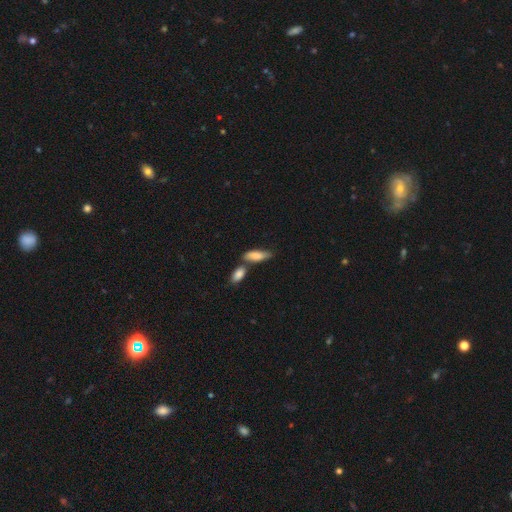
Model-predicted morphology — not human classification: A smooth galaxy with no disk features (77%) that is in between round and cigar-shaped (62%). Merging: none (53%).